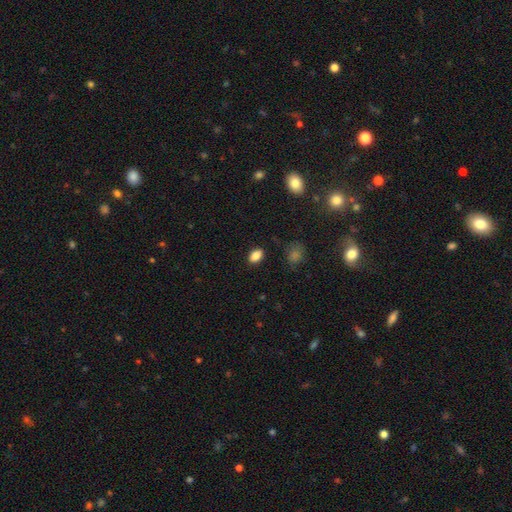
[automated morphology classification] smooth 86%, star or artifact 10%, featured or disk 5%. Down the decision tree: how rounded — in between (84%); merging — none (87%).